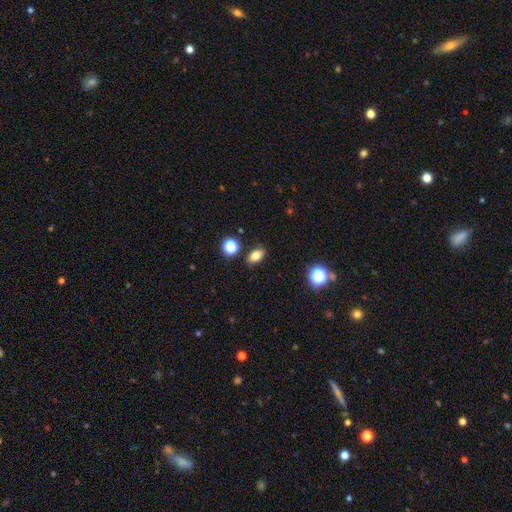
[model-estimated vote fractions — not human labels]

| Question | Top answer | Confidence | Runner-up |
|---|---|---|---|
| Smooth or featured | smooth | 80% | star or artifact (12%) |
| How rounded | in between | 83% | round (14%) |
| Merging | none | 84% | minor disturbance (10%) |